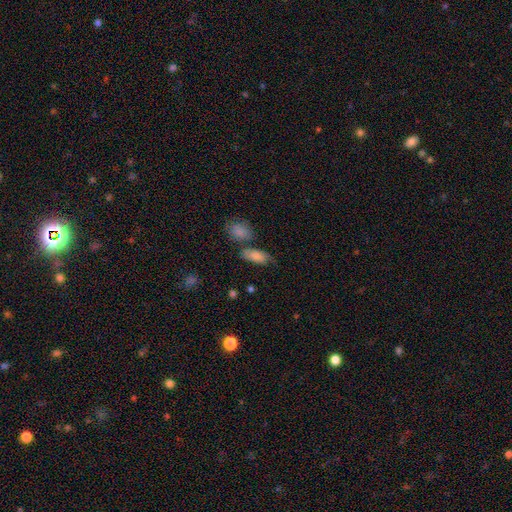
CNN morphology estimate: smooth 79%, featured or disk 13%, star or artifact 8%. Down the decision tree: how rounded — in between (87%); merging — none (52%).